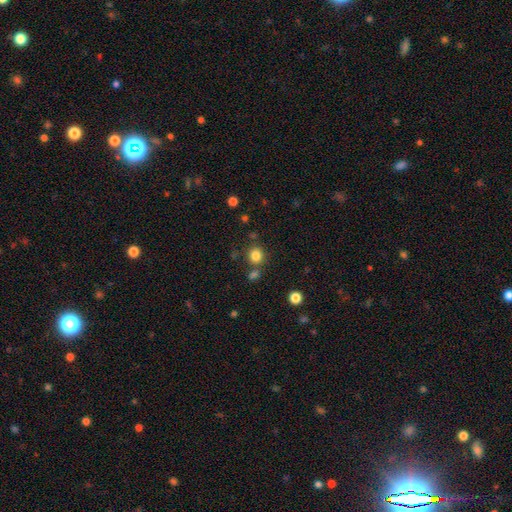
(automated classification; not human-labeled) Smooth or featured?
  - smooth: 82% *
  - star or artifact: 13%
  - featured or disk: 5%
How rounded?
  - round: 84% *
  - in between: 15%
  - cigar-shaped: 1%
Merging?
  - none: 75% *
  - merger: 12%
  - minor disturbance: 9%
  - major disturbance: 4%